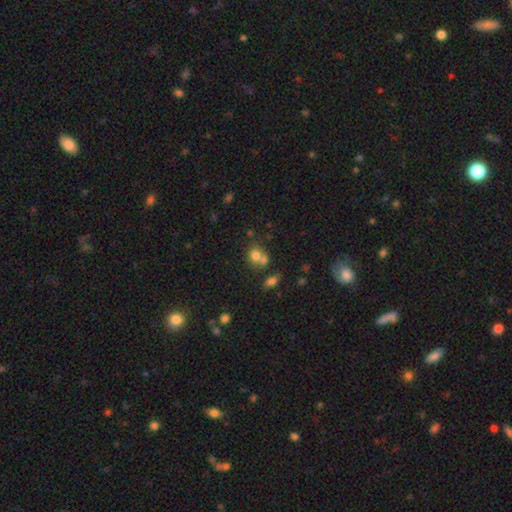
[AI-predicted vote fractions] This appears to be a smooth galaxy with no disk features (74%) that is round (69%). Merging: merger (47%).